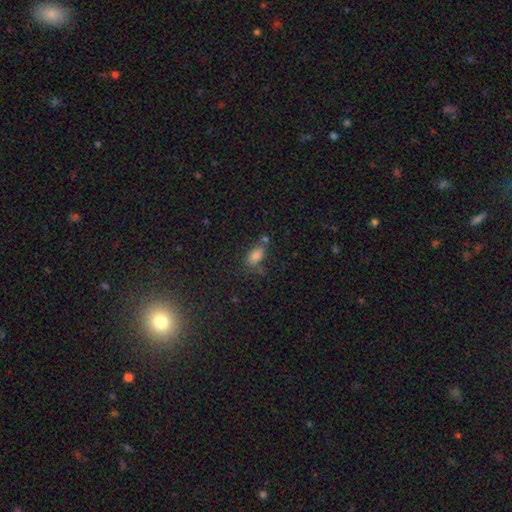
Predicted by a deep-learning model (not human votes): Smooth or featured? smooth (78%)
How rounded? in between (86%)
Merging? none (58%)